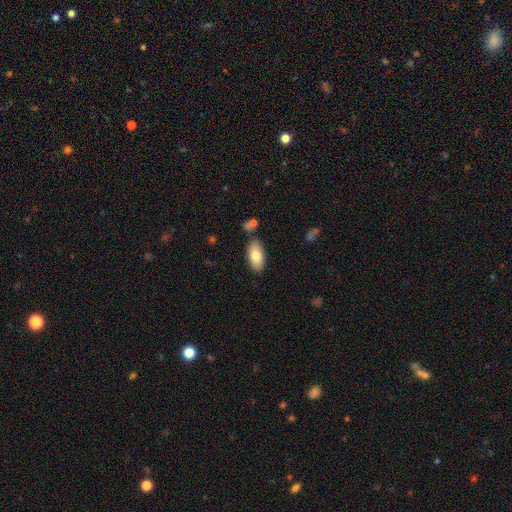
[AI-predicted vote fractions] Morphology: type=smooth (79%); roundness=in between (92%); merging=none (82%).